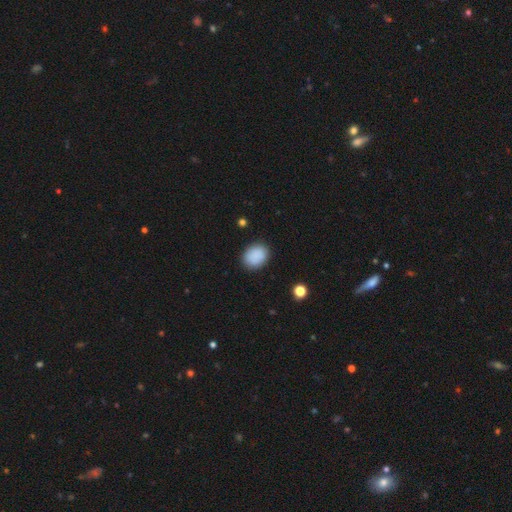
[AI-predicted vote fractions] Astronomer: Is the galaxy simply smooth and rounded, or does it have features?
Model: smooth — 88%.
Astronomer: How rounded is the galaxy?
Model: in between — 56% (runner-up: round, 43%).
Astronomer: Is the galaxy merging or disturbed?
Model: none — 86%.